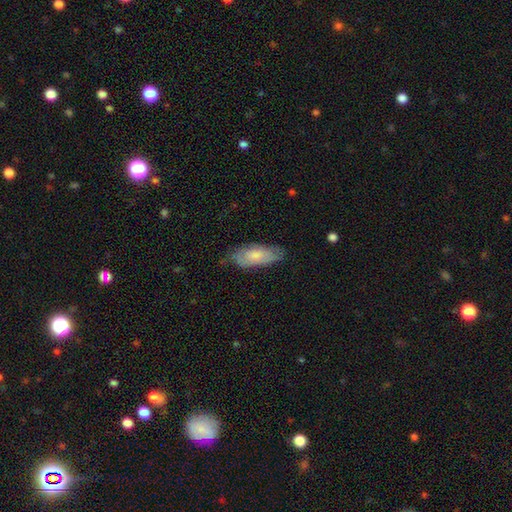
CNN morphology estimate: smooth_or_featured: smooth (p=0.60) [alt: featured or disk p=0.34]
how_rounded: in between (p=0.77) [alt: cigar-shaped p=0.21]
merging: none (p=0.66) [alt: minor disturbance p=0.26]